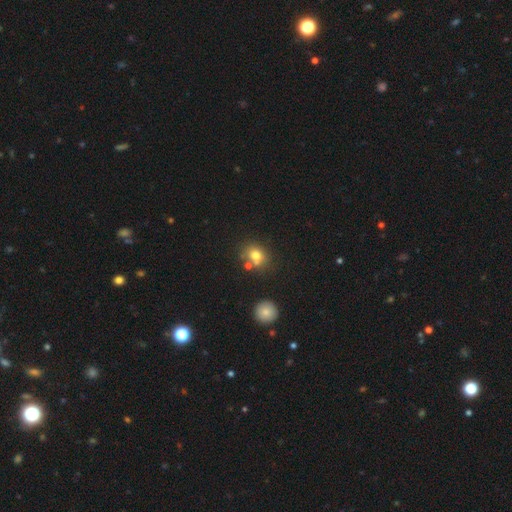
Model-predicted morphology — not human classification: This is likely a smooth galaxy (73%). How rounded: likely round (65%). Merging: possibly none (59%).